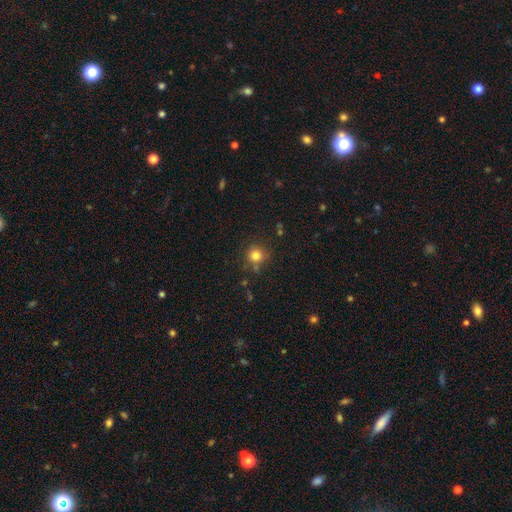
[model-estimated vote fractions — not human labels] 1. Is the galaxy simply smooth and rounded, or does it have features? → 81% smooth, 13% star or artifact, 6% featured or disk.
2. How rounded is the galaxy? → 91% round, 8% in between, 1% cigar-shaped.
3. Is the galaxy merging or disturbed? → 79% none, 11% minor disturbance, 6% merger, 3% major disturbance.